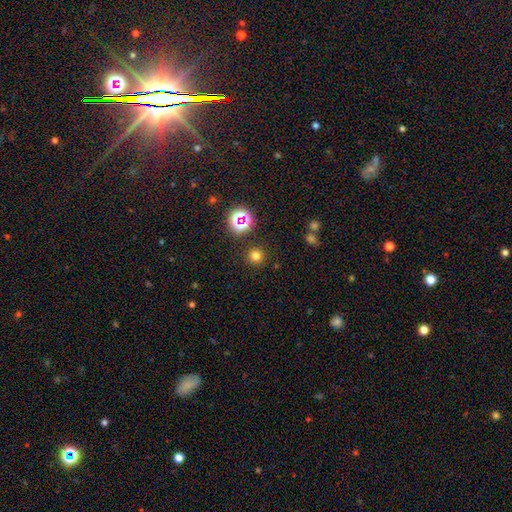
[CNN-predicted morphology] Smooth or featured? smooth (74%)
How rounded? round (95%)
Merging? none (91%)